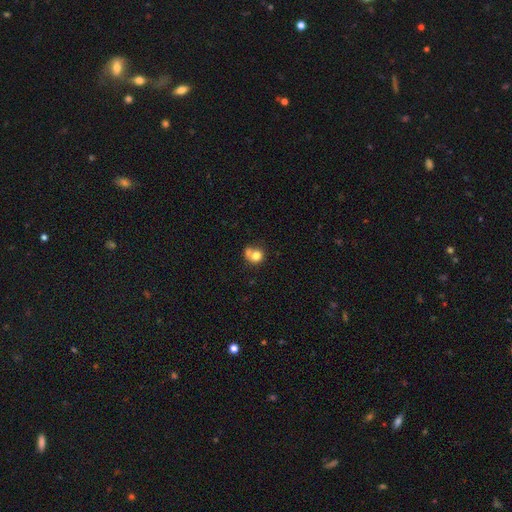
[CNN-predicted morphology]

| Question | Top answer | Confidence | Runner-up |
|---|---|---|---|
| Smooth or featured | smooth | 74% | featured or disk (16%) |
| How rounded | round | 76% | in between (23%) |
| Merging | merger | 42% | none (38%) |